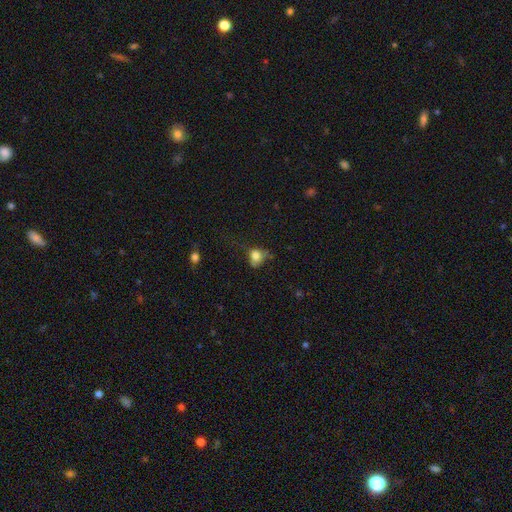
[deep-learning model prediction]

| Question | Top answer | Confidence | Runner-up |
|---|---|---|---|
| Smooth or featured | smooth | 77% | star or artifact (12%) |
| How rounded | round | 65% | in between (34%) |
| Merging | none | 42% | minor disturbance (30%) |